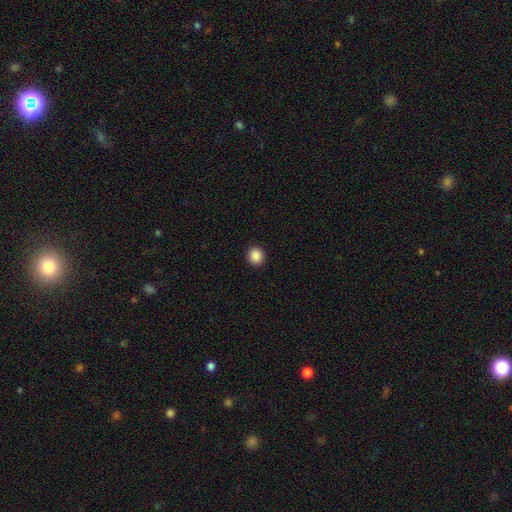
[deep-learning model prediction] A smooth galaxy with no disk features (89%) that is round (87%). Merging: none (93%).